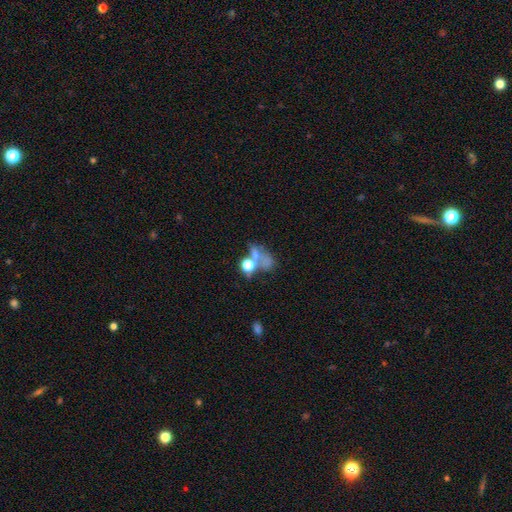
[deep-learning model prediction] Smooth or featured? Predicted: smooth (p=0.50). Merging? Predicted: merger (p=0.44).